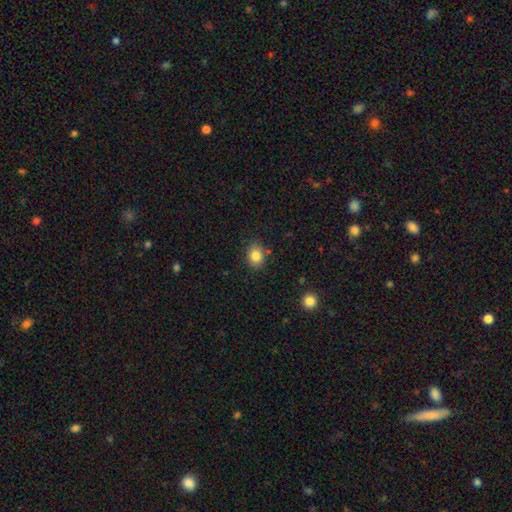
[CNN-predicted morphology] type=smooth (83%); roundness=in between (54%); merging=none (82%).